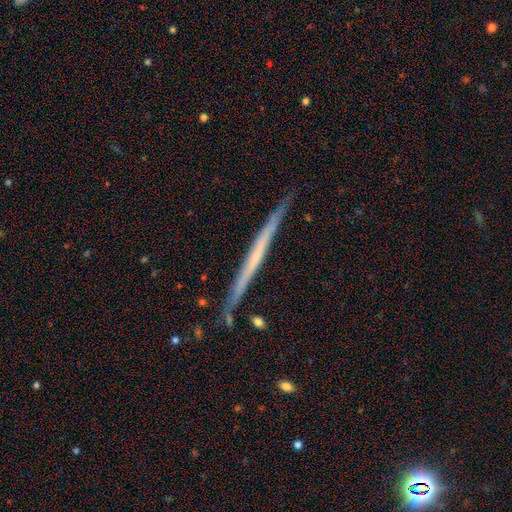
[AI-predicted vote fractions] Smooth or featured: featured or disk — 63% (smooth — 31%)
Edge-on disk: yes — 98% (no — 2%)
Edge-on bulge: none — 86% (rounded — 10%)
Merging: none — 89% (minor disturbance — 8%)